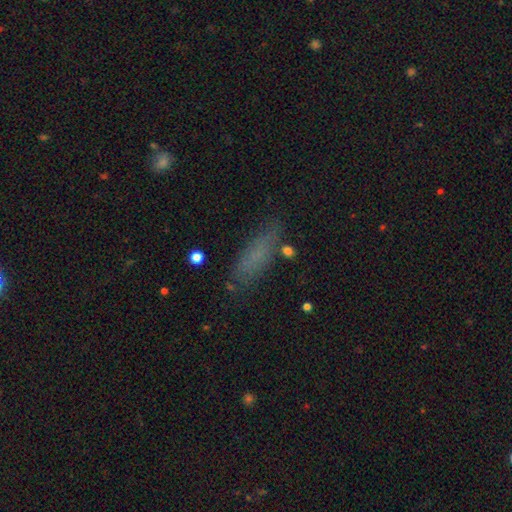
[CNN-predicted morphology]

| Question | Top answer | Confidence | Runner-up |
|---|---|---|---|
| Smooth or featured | smooth | 67% | featured or disk (18%) |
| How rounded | cigar-shaped | 61% | in between (36%) |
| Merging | none | 74% | minor disturbance (16%) |